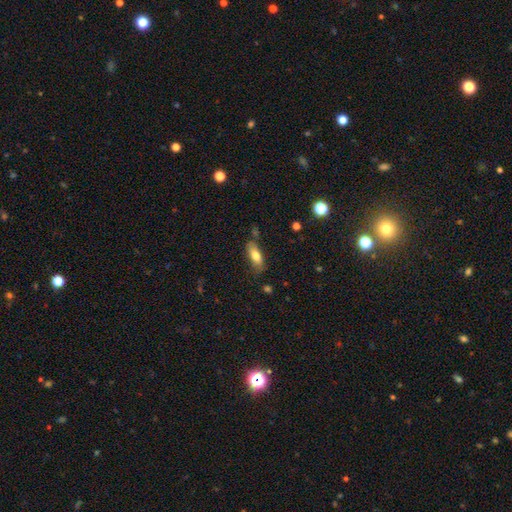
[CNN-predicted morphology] This is likely a smooth galaxy (73%). How rounded: likely in between (75%). Merging: likely none (67%).